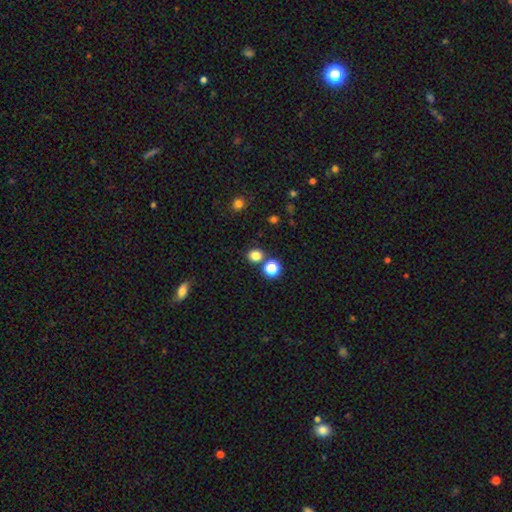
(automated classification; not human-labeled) This appears to be a smooth galaxy with no disk features (80%) that is round (85%). Merging: none (78%).